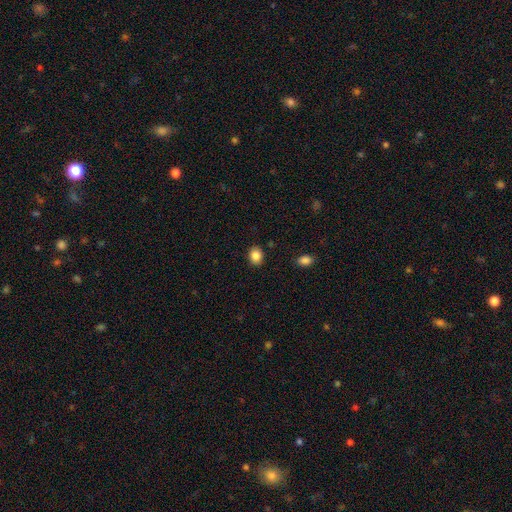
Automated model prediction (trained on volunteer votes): This is clearly a smooth galaxy (86%). How rounded: possibly round (50%). Merging: clearly none (89%).